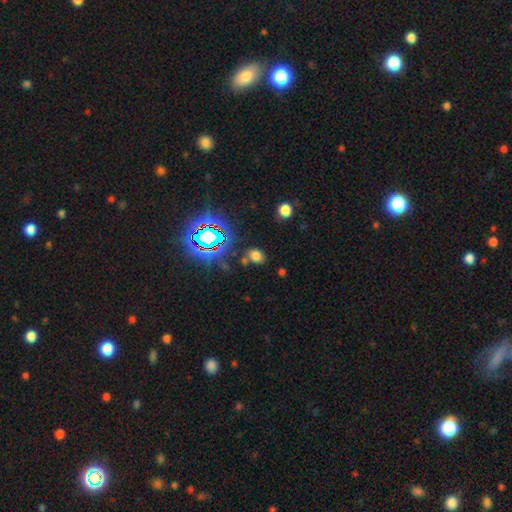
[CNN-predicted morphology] smooth-or-featured: smooth: 67% | star or artifact: 25% | featured or disk: 8%
  how-rounded: in between: 62% | round: 36% | cigar-shaped: 1%
  merging: none: 75% | minor disturbance: 13% | merger: 7% | major disturbance: 5%